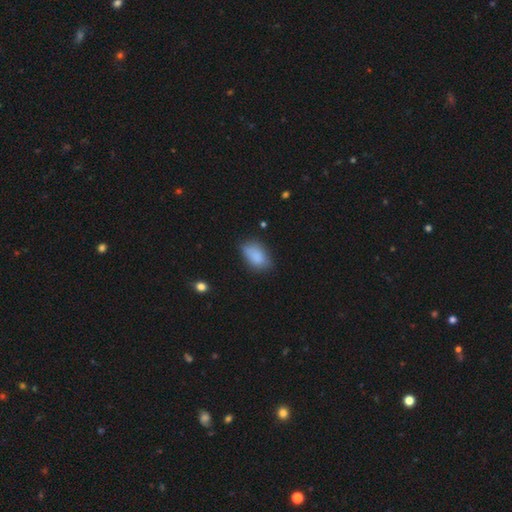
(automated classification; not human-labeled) Q: Smooth or featured?
A: smooth (84%); runner-up: star or artifact (8%)
Q: How rounded?
A: in between (90%); runner-up: round (7%)
Q: Merging?
A: none (66%); runner-up: minor disturbance (26%)